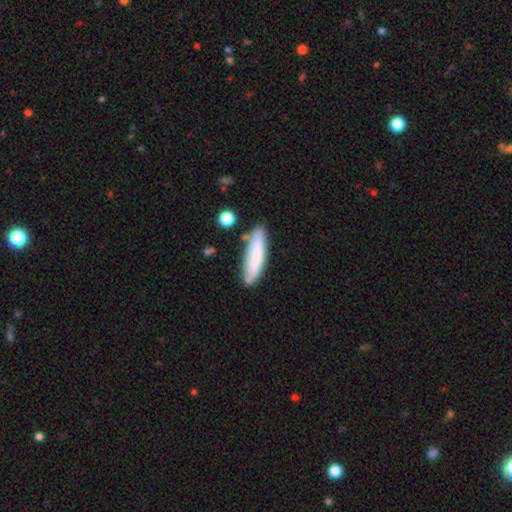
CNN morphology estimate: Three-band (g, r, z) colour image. It shows a smooth galaxy with no disk features (72%) that is cigar-shaped (74%). Merging: none (73%).